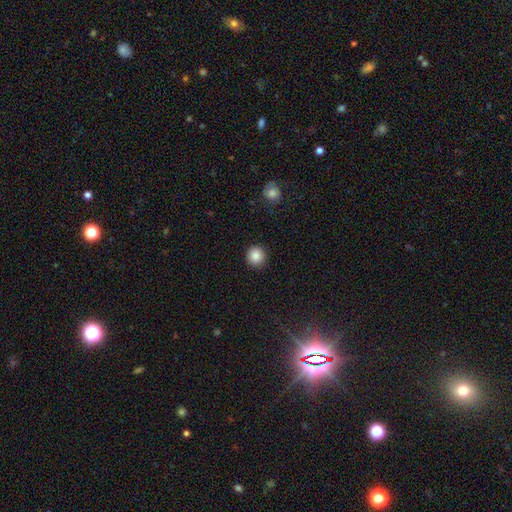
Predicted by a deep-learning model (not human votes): smooth_or_featured: smooth (p=0.87) [alt: star or artifact p=0.09]
how_rounded: round (p=0.95) [alt: in between p=0.04]
merging: none (p=0.92) [alt: minor disturbance p=0.05]